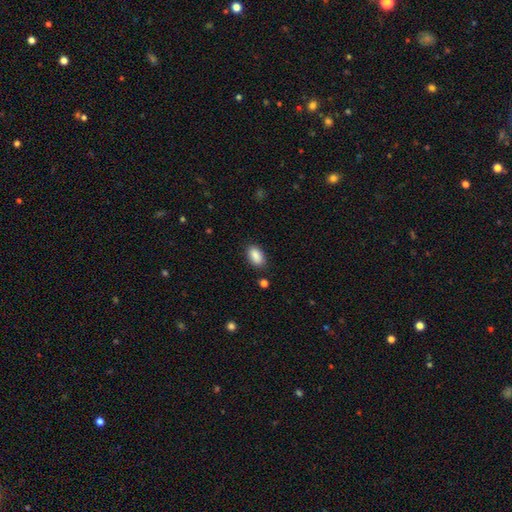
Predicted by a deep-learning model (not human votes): smooth 88%, star or artifact 7%, featured or disk 5%. Down the decision tree: how rounded — in between (92%); merging — none (84%).